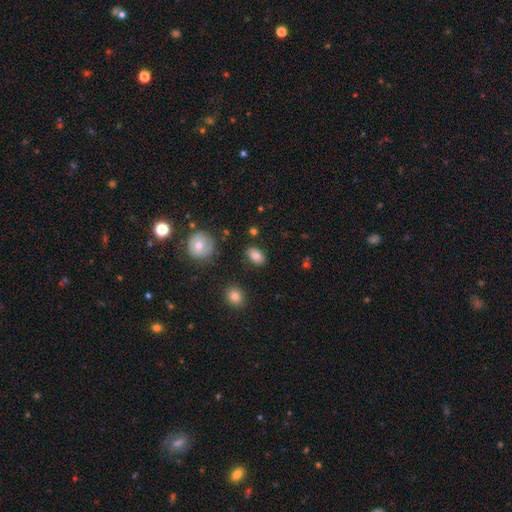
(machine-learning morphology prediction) Overall: smooth (80%). How rounded: in between (86%). Merging: none (85%).